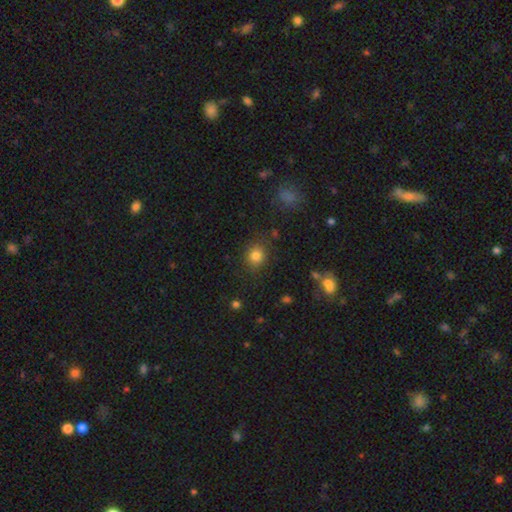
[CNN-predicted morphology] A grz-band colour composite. It shows a smooth galaxy with no disk features (81%) that is round (79%). Merging: none (85%).